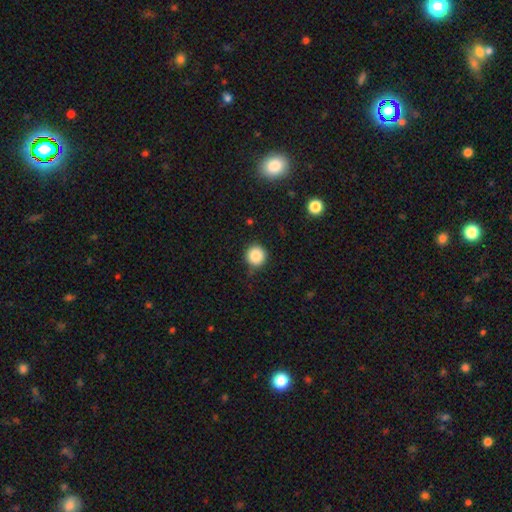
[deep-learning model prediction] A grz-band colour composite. It shows a smooth galaxy with no disk features (86%) that is round (95%). Merging: none (82%).